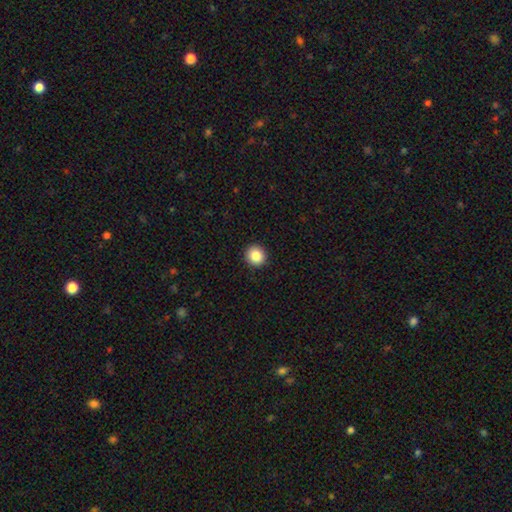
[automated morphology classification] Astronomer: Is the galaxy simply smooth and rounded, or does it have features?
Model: smooth — 86%.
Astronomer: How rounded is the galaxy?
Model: round — 93%.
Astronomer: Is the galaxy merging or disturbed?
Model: none — 93%.